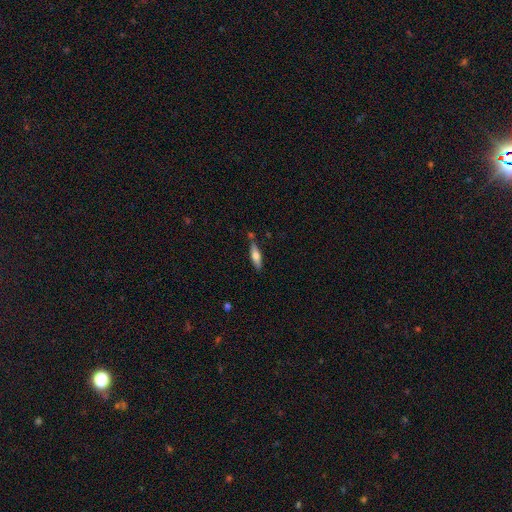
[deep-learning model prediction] smooth 59%, featured or disk 35%, star or artifact 6%. Down the decision tree: how rounded — cigar-shaped (59%); merging — none (75%).